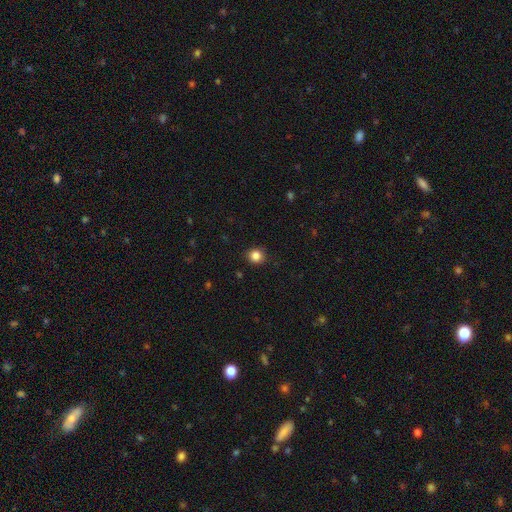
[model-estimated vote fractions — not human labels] Smooth or featured: smooth — 85% (star or artifact — 11%)
How rounded: round — 87% (in between — 12%)
Merging: none — 89% (minor disturbance — 8%)